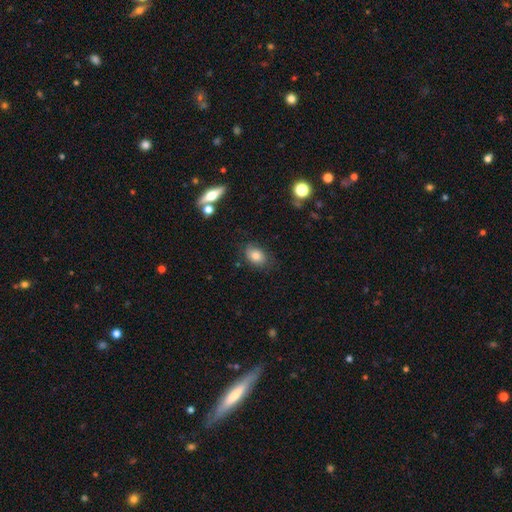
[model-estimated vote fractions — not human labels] The model was most divided on "how rounded": in between: 76%, round: 22%, cigar-shaped: 1%. More confident: smooth or featured — smooth (77%); merging — none (74%).